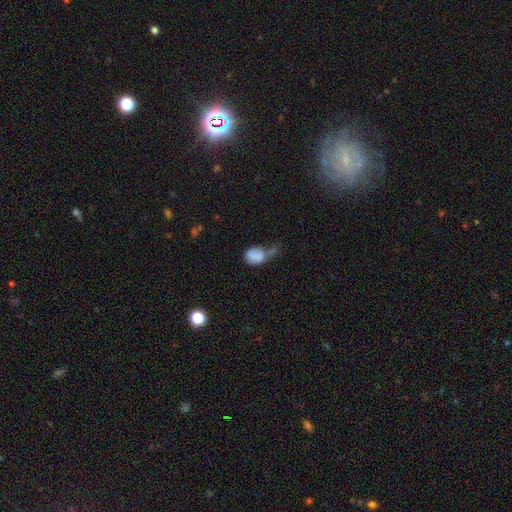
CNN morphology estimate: This is likely a smooth galaxy (77%). How rounded: likely in between (64%). Merging: marginally major disturbance (31%).